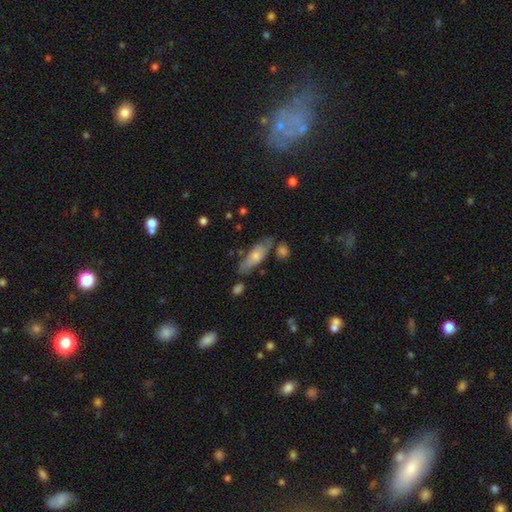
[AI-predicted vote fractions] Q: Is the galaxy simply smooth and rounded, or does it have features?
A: smooth — 60%.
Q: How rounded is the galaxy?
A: in between — 55%.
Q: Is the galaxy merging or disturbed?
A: none — 63%.